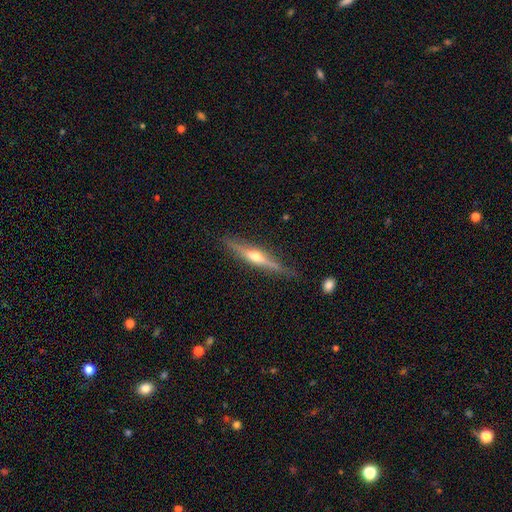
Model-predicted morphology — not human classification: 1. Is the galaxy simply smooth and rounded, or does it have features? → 70% featured or disk, 24% smooth, 6% star or artifact.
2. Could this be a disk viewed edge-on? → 96% yes, 4% no.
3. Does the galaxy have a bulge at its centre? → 87% rounded, 8% none, 5% boxy.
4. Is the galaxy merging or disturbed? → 84% none, 12% minor disturbance, 2% major disturbance, 1% merger.